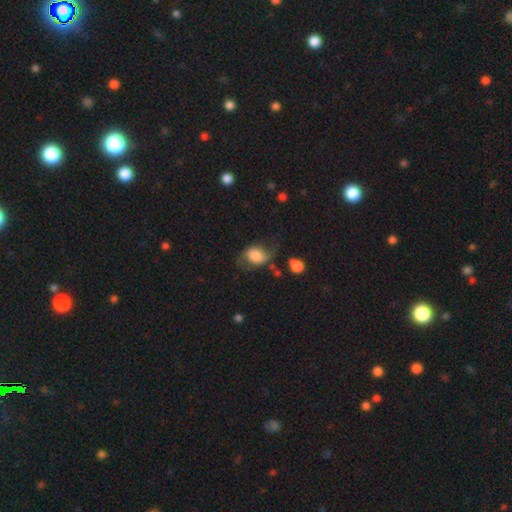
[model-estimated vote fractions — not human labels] Smooth or featured?
  - smooth: 56% *
  - featured or disk: 35%
  - star or artifact: 9%
How rounded?
  - in between: 62% *
  - round: 36%
  - cigar-shaped: 1%
Merging?
  - none: 39% *
  - minor disturbance: 29%
  - major disturbance: 27%
  - merger: 5%